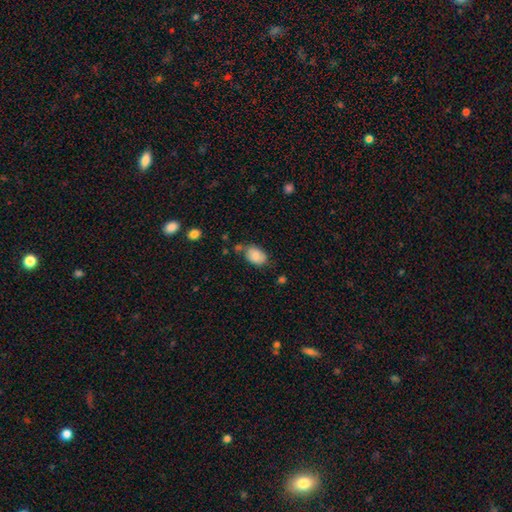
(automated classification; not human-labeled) smooth-or-featured: smooth: 82% | featured or disk: 11% | star or artifact: 8%
  how-rounded: in between: 85% | round: 14% | cigar-shaped: 1%
  merging: none: 65% | minor disturbance: 22% | merger: 8% | major disturbance: 5%